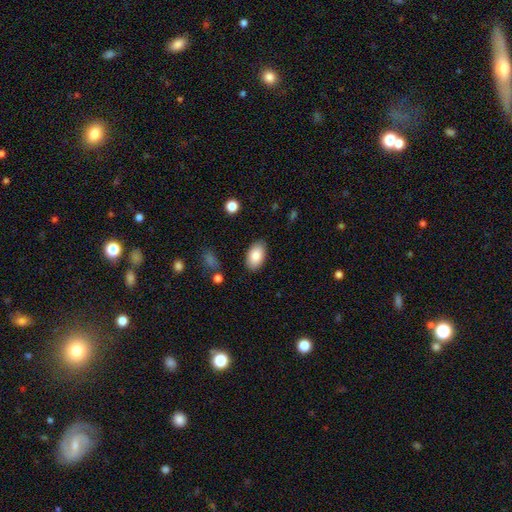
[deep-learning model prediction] The model was most divided on "merging": none: 86%, minor disturbance: 10%, major disturbance: 3%, merger: 1%. More confident: how rounded — in between (94%); smooth or featured — smooth (85%).